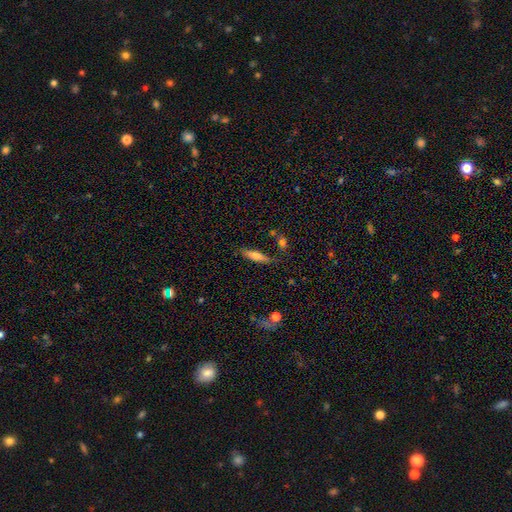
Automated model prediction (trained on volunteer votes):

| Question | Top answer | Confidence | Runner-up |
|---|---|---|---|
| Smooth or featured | smooth | 65% | featured or disk (28%) |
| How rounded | cigar-shaped | 68% | in between (30%) |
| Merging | none | 79% | minor disturbance (14%) |